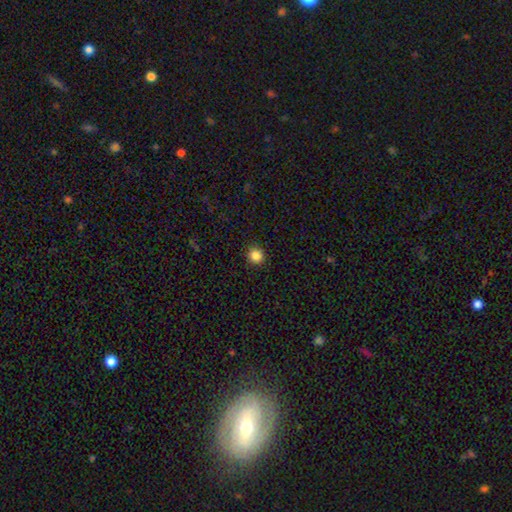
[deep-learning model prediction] Q: Smooth or featured?
A: smooth (86%); runner-up: star or artifact (11%)
Q: How rounded?
A: round (92%); runner-up: in between (7%)
Q: Merging?
A: none (92%); runner-up: minor disturbance (5%)